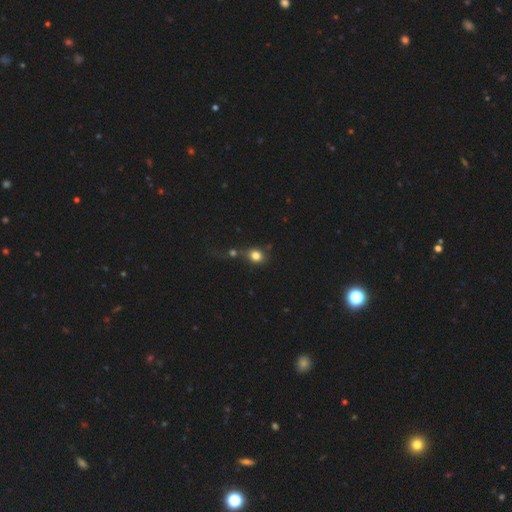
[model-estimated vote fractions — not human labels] This is clearly a smooth galaxy (80%). How rounded: likely round (64%). Merging: possibly none (47%).